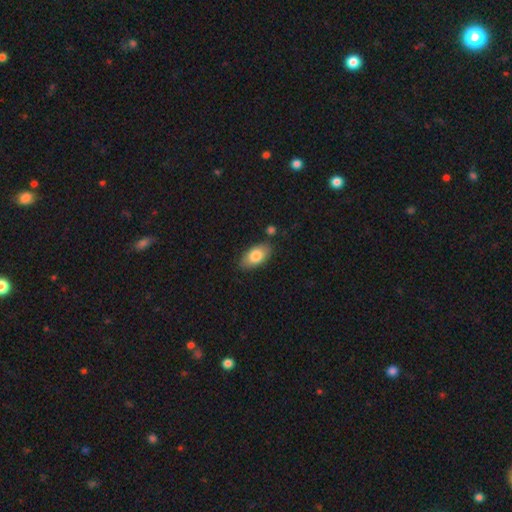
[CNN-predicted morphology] smooth_or_featured: smooth (p=0.81) [alt: featured or disk p=0.12]
how_rounded: in between (p=0.93) [alt: cigar-shaped p=0.04]
merging: none (p=0.79) [alt: minor disturbance p=0.14]